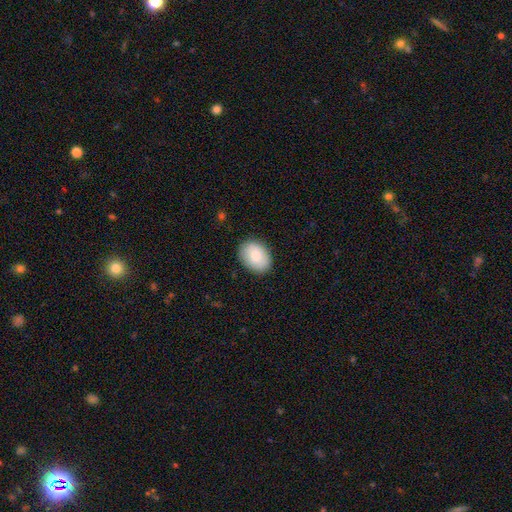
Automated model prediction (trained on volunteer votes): smooth 84%, featured or disk 10%, star or artifact 6%. Down the decision tree: how rounded — in between (75%); merging — none (87%).